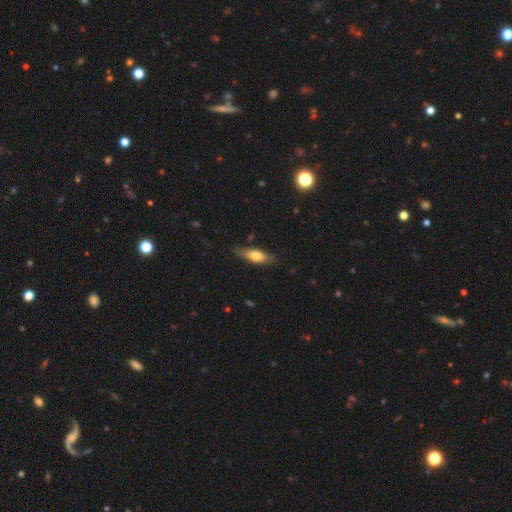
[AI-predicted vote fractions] This appears to be a smooth galaxy with no disk features (68%) that is in between round and cigar-shaped (52%). Merging: none (80%).